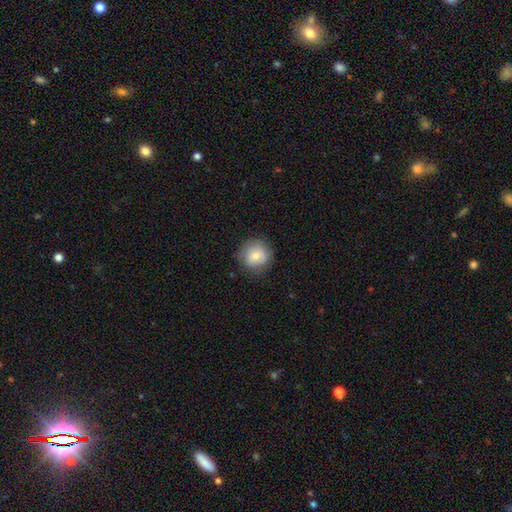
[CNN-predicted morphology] type=smooth (74%); roundness=round (91%); merging=none (78%).